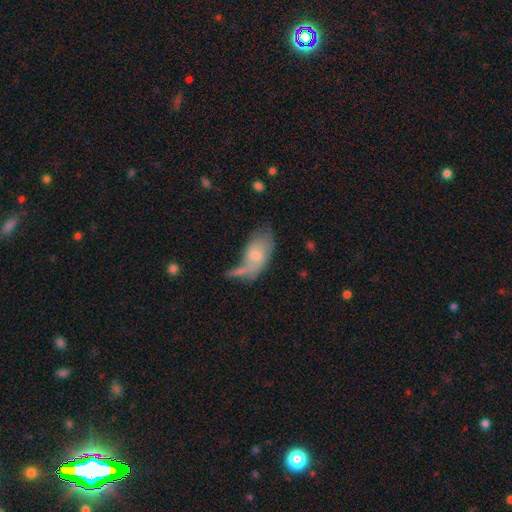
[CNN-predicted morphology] This is possibly a smooth galaxy (60%). How rounded: clearly in between (92%). Merging: marginally none (30%).